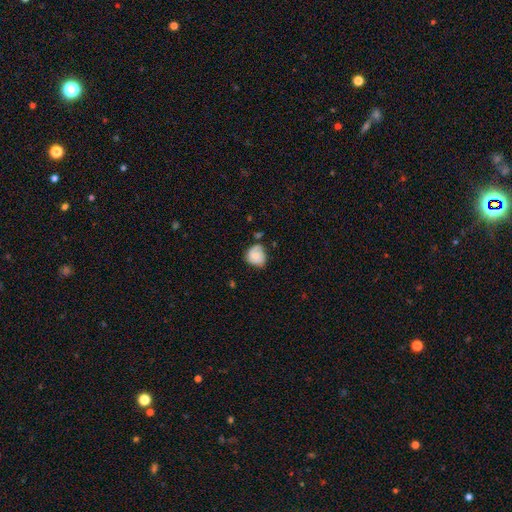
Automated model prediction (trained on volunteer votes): A smooth galaxy with no disk features (59%) that is round (74%).

Vote fractions:
- Smooth or featured? smooth: 59% / featured or disk: 33% / star or artifact: 8%
- How rounded? round: 74% / in between: 25% / cigar-shaped: 1%
- Merging? none: 54% / minor disturbance: 31% / major disturbance: 9% / merger: 6%